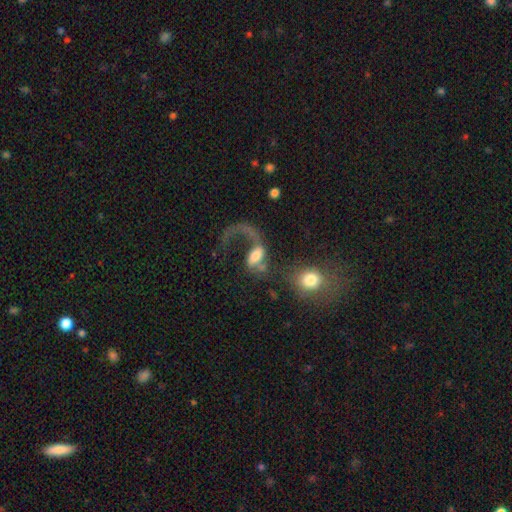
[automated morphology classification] type=featured or disk (60%); edge-on=no (95%); bar=no (50%); spiral arms=yes (77%); bulge=moderate (40%); merging=major disturbance (43%).